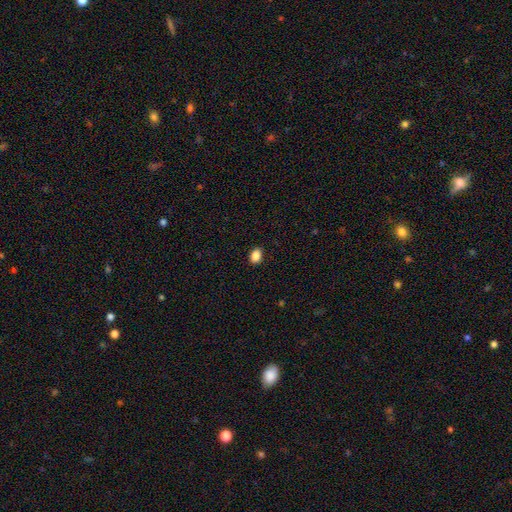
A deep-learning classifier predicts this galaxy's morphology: Smooth or featured? Predicted: smooth (p=0.87). How rounded? Predicted: in between (p=0.73). Merging? Predicted: none (p=0.89).